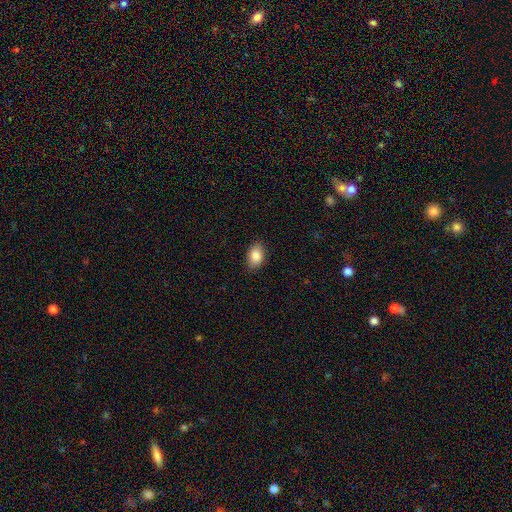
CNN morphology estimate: Smooth or featured? Predicted: smooth (p=0.85). How rounded? Predicted: in between (p=0.87). Merging? Predicted: none (p=0.87).